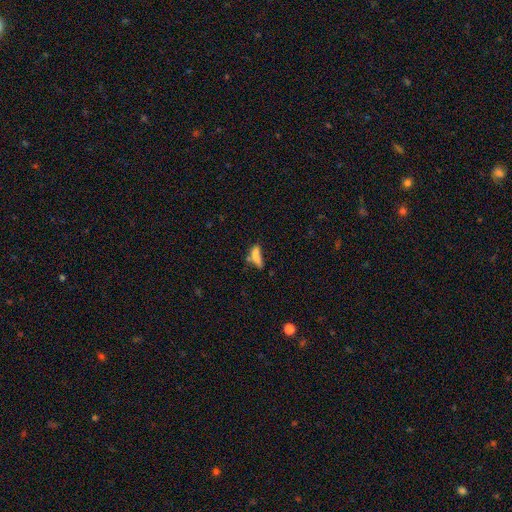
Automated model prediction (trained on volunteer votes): Q: Smooth or featured?
A: smooth (71%); runner-up: featured or disk (16%)
Q: How rounded?
A: in between (50%); runner-up: cigar-shaped (47%)
Q: Merging?
A: none (34%); runner-up: minor disturbance (23%)